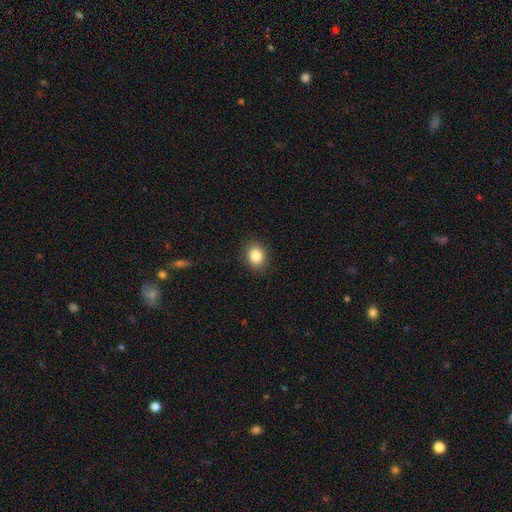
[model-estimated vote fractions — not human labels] Smooth or featured? smooth (85%)
How rounded? round (58%)
Merging? none (89%)